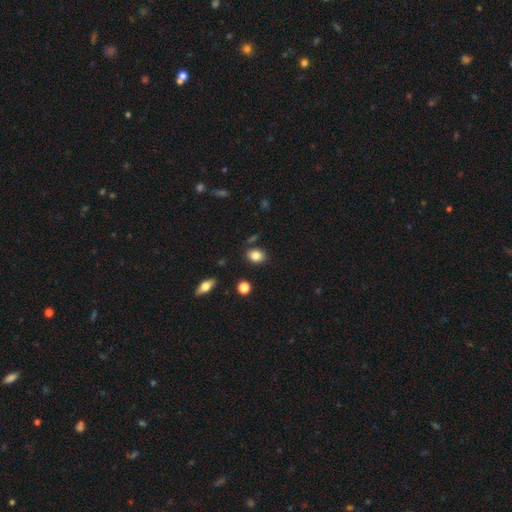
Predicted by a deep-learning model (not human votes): The model was most divided on "how rounded": in between: 61%, round: 37%, cigar-shaped: 1%. More confident: smooth or featured — smooth (83%); merging — none (82%).